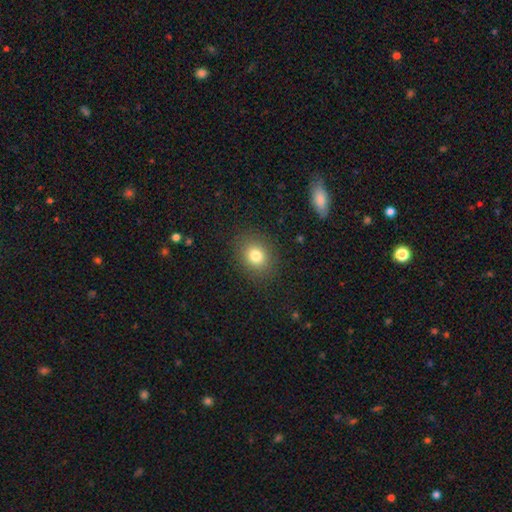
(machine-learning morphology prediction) This is likely a smooth galaxy (80%). How rounded: likely round (60%). Merging: clearly none (87%).